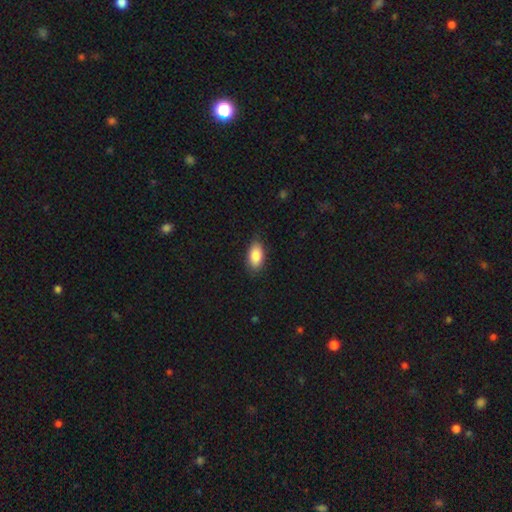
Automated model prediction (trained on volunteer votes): Q: Smooth or featured?
A: smooth (86%); runner-up: featured or disk (7%)
Q: How rounded?
A: in between (93%); runner-up: round (4%)
Q: Merging?
A: none (82%); runner-up: minor disturbance (14%)